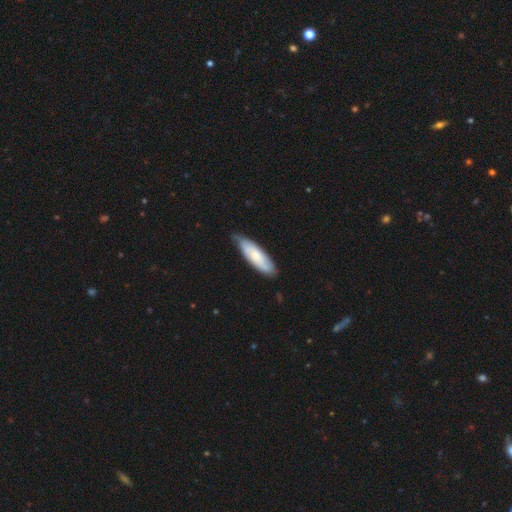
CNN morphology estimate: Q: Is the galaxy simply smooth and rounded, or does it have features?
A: smooth — 59%.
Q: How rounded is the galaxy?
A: in between — 52%.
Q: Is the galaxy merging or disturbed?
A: none — 71%.